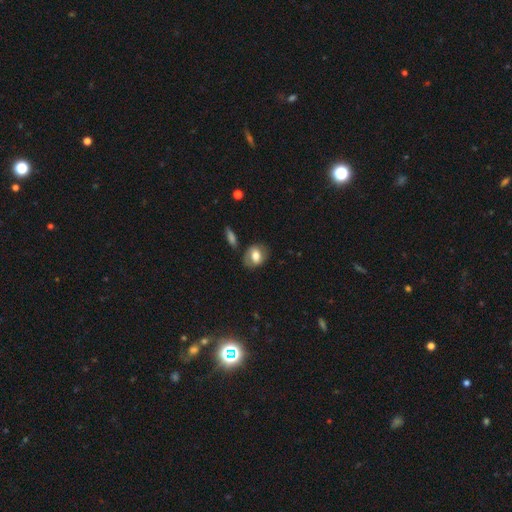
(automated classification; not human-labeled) Smooth or featured? Predicted: smooth (p=0.62). How rounded? Predicted: in between (p=0.59). Merging? Predicted: none (p=0.71).